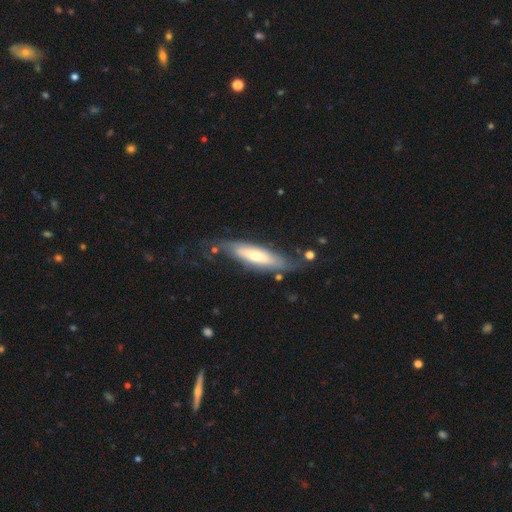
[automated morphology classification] Q: Smooth or featured?
A: featured or disk (57%); runner-up: smooth (37%)
Q: Edge-on disk?
A: no (51%); runner-up: yes (49%)
Q: Merging?
A: none (61%); runner-up: minor disturbance (23%)